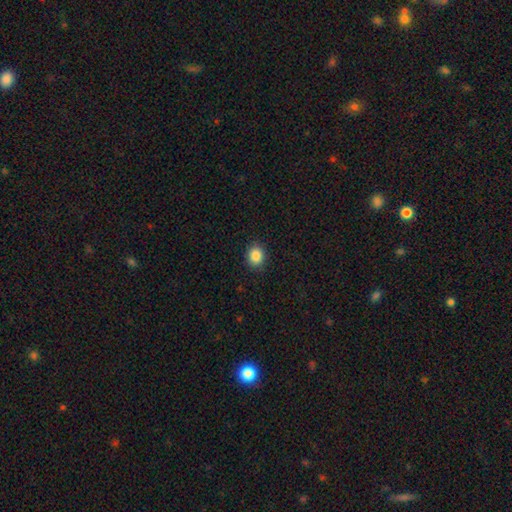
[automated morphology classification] Overall: smooth (87%). How rounded: round (67%; in between 32%). Merging: none (90%).